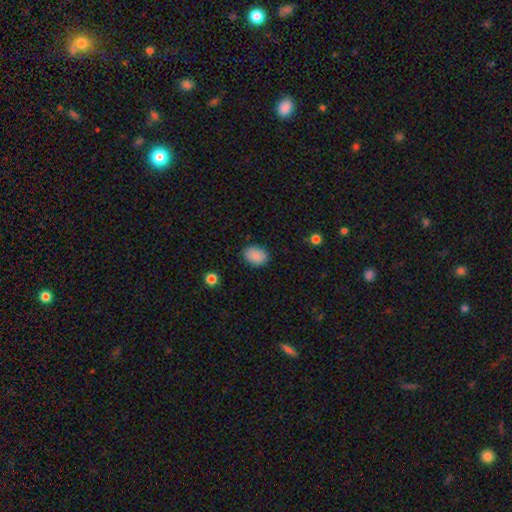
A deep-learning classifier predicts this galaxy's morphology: smooth 88%, star or artifact 8%, featured or disk 3%. Down the decision tree: how rounded — in between (71%); merging — none (86%).